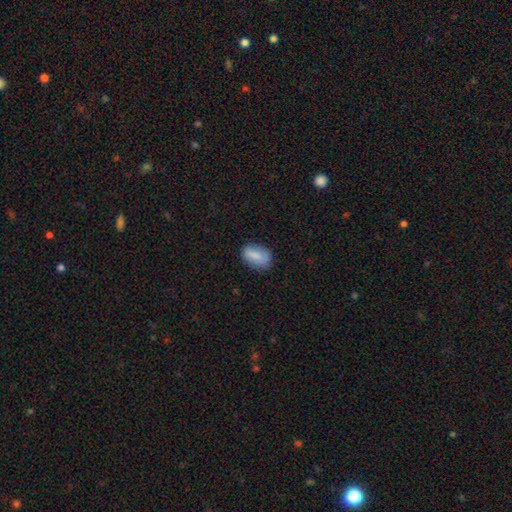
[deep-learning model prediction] Smooth or featured: smooth — 81% (featured or disk — 12%)
How rounded: in between — 86% (round — 11%)
Merging: none — 75% (minor disturbance — 19%)